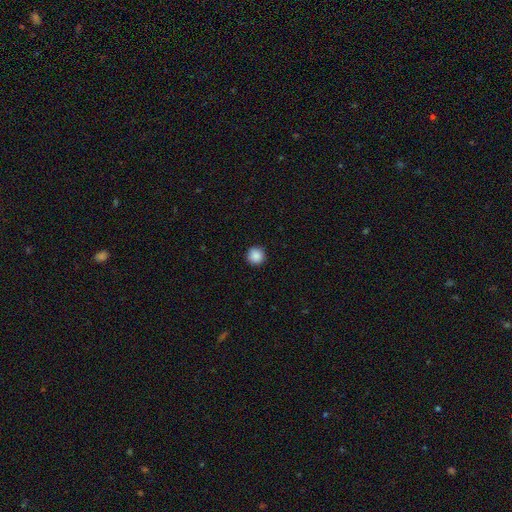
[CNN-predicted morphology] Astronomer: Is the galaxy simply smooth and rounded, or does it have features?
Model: smooth — 89%.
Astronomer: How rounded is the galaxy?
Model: round — 96%.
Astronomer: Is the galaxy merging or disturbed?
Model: none — 93%.